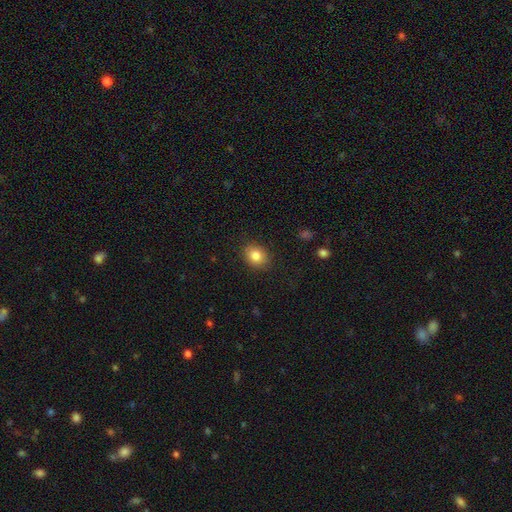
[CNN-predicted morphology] smooth_or_featured: smooth (p=0.84) [alt: star or artifact p=0.09]
how_rounded: round (p=0.51) [alt: in between p=0.48]
merging: none (p=0.87) [alt: minor disturbance p=0.09]